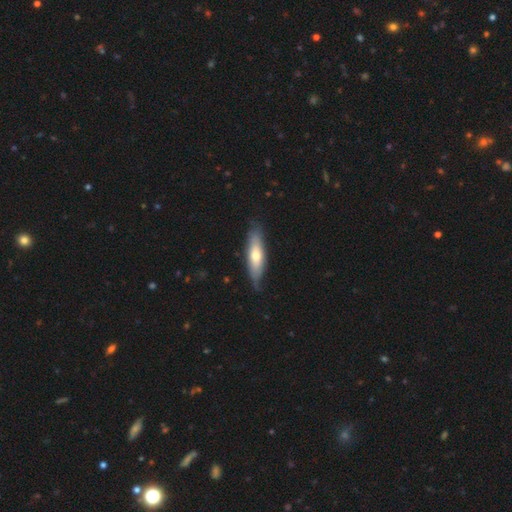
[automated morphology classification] This is possibly a smooth galaxy (54%). How rounded: likely cigar-shaped (63%). Merging: likely none (77%).